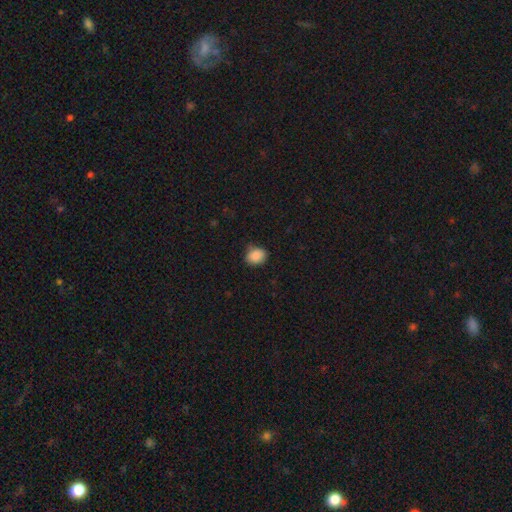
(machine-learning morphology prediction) Overall: smooth (88%). How rounded: round (54%; in between 45%). Merging: none (75%).